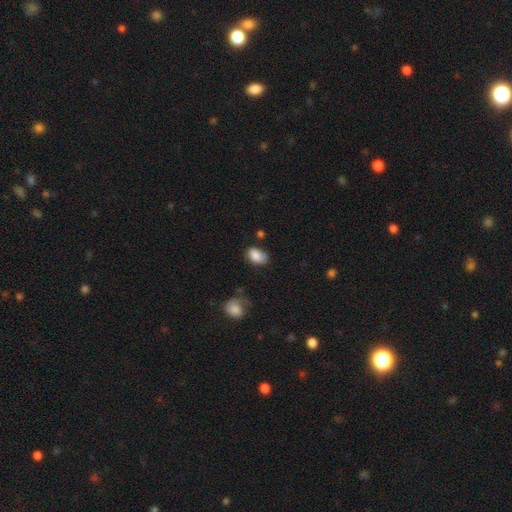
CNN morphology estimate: type=smooth (83%); roundness=in between (88%); merging=none (60%).